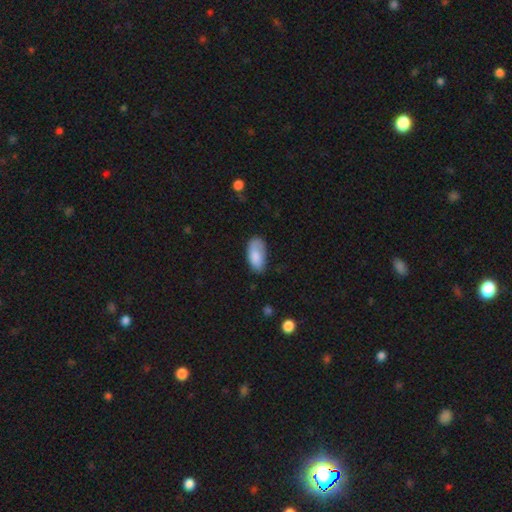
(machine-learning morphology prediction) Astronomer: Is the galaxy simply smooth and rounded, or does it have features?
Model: smooth — 83%.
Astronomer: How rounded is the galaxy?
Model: in between — 94%.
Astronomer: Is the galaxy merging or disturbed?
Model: none — 63%.